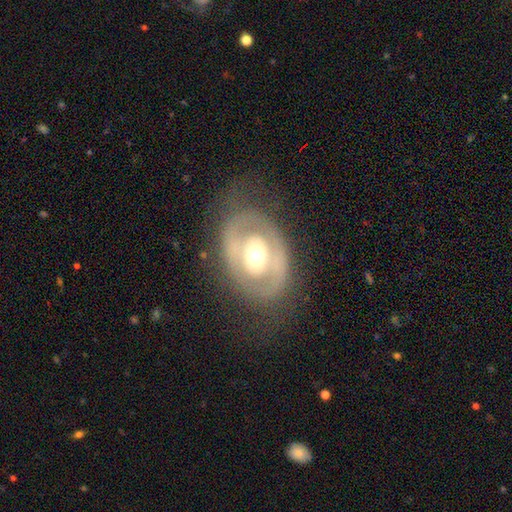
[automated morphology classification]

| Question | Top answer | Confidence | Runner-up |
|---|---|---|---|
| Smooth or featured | featured or disk | 67% | smooth (28%) |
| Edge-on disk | no | 93% | yes (7%) |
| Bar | no | 73% | weak (18%) |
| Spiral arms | no | 72% | yes (28%) |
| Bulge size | moderate | 67% | large (16%) |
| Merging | none | 71% | minor disturbance (16%) |